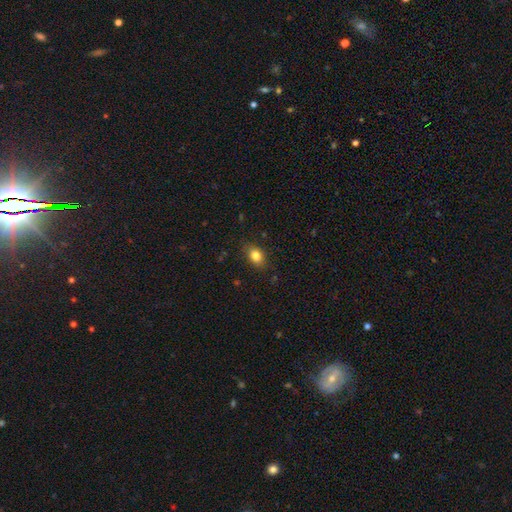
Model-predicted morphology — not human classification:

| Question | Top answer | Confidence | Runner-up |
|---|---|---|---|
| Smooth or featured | smooth | 84% | star or artifact (10%) |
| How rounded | in between | 71% | round (27%) |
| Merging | none | 82% | minor disturbance (13%) |